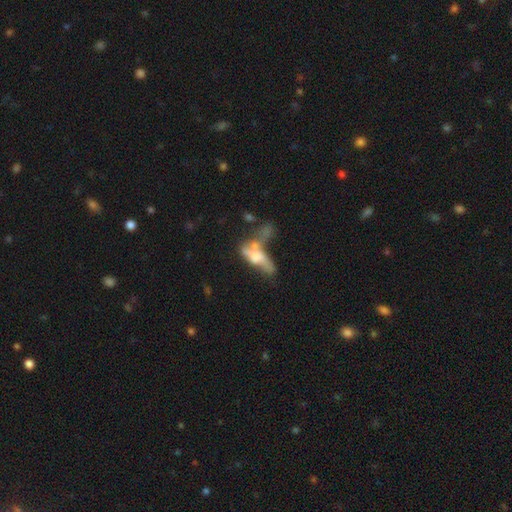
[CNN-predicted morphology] The model was most divided on "smooth or featured" (2-way tie): smooth: 45%, featured or disk: 45%, star or artifact: 10%. Remaining: merging — merger (40%).